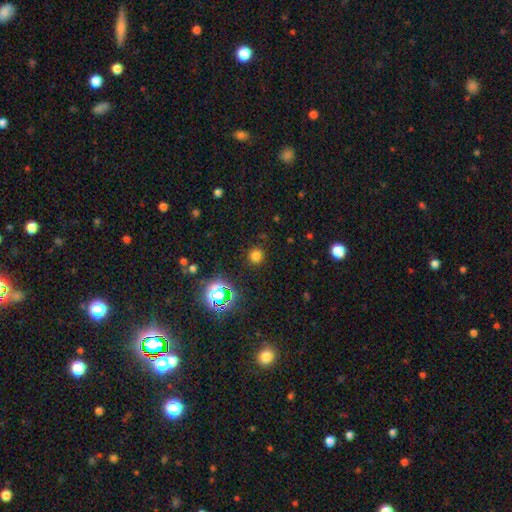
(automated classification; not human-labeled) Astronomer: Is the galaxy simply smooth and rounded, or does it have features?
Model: smooth — 72%.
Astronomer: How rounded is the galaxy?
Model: round — 90%.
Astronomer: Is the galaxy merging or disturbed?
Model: none — 89%.